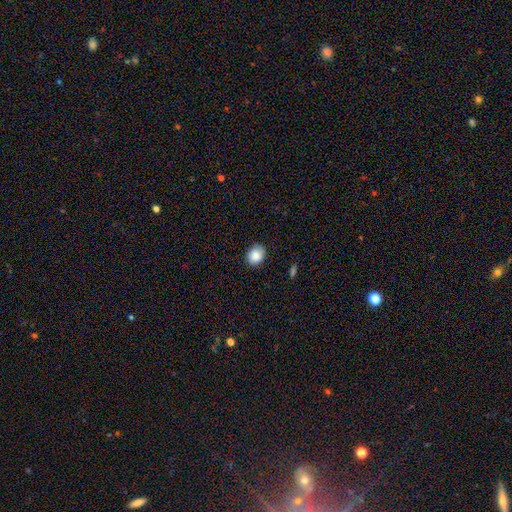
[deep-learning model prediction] A smooth galaxy with no disk features (86%) that is round (58%).

Vote fractions:
- Smooth or featured? smooth: 86% / star or artifact: 8% / featured or disk: 5%
- How rounded? round: 58% / in between: 42% / cigar-shaped: 1%
- Merging? none: 86% / minor disturbance: 11% / major disturbance: 2% / merger: 1%